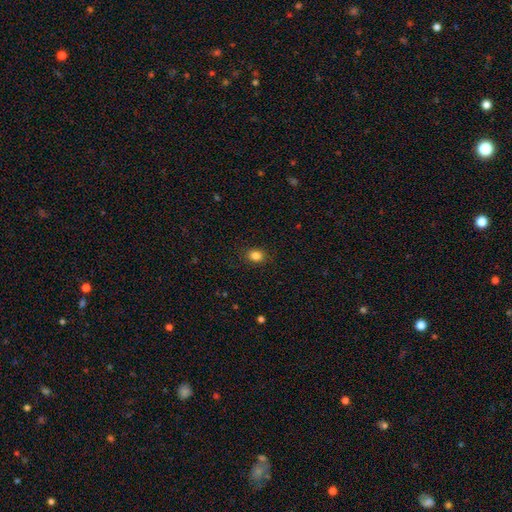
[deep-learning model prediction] Smooth or featured? Predicted: smooth (p=0.85). How rounded? Predicted: in between (p=0.53). Merging? Predicted: none (p=0.88).